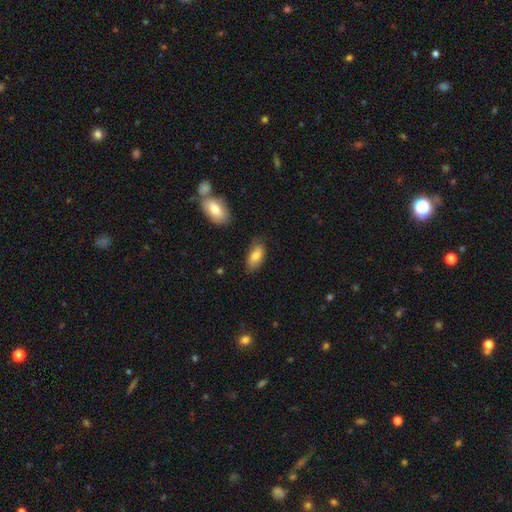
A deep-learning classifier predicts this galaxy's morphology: smooth-or-featured: smooth: 81% | featured or disk: 13% | star or artifact: 7%
  how-rounded: in between: 91% | cigar-shaped: 6% | round: 3%
  merging: none: 75% | minor disturbance: 18% | major disturbance: 4% | merger: 3%